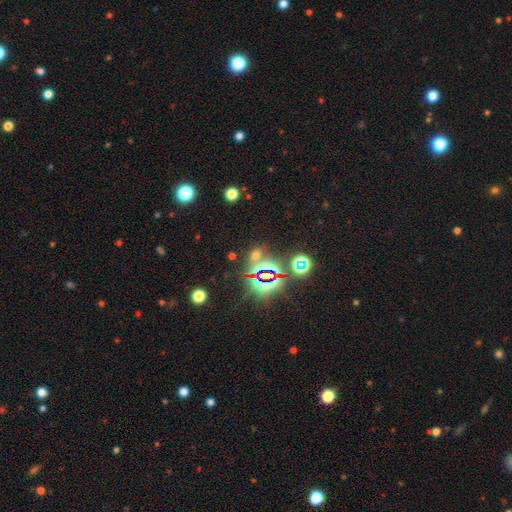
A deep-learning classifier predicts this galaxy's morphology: Smooth or featured? Predicted: star or artifact (p=0.57).